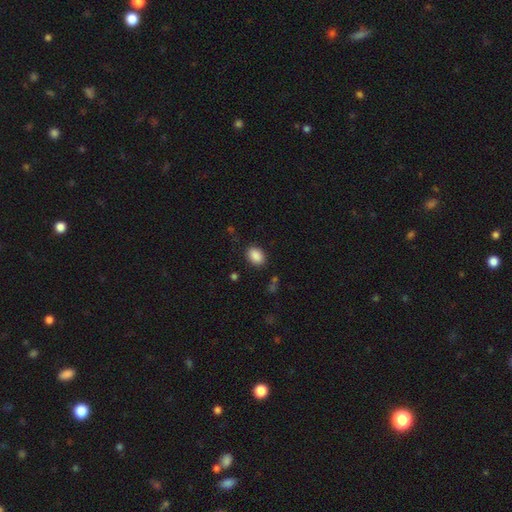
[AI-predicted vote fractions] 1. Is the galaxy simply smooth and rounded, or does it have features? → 88% smooth, 8% star or artifact, 3% featured or disk.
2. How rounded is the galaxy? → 73% in between, 26% round, 1% cigar-shaped.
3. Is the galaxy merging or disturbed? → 86% none, 10% minor disturbance, 3% major disturbance, 2% merger.